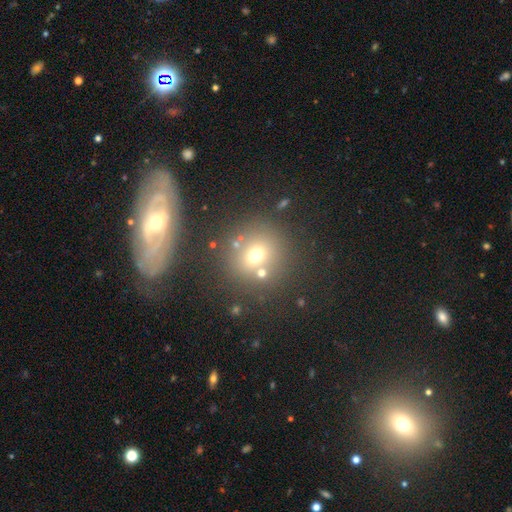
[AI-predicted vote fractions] A smooth galaxy with no disk features (64%) that is round (87%). Merging: none (73%).